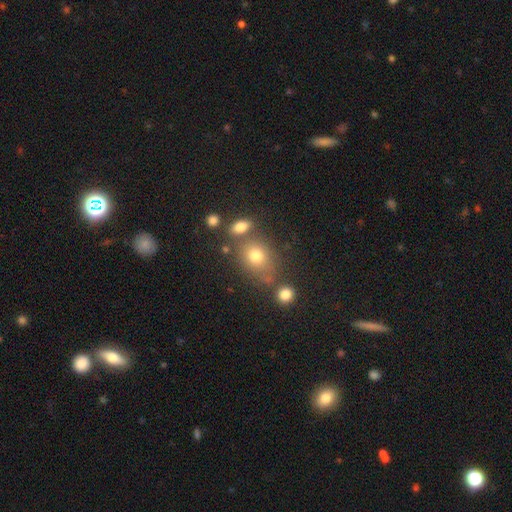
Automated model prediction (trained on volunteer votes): Smooth or featured?
  - smooth: 73% *
  - star or artifact: 15%
  - featured or disk: 12%
How rounded?
  - round: 52% *
  - in between: 47%
  - cigar-shaped: 2%
Merging?
  - none: 60% *
  - merger: 19%
  - minor disturbance: 15%
  - major disturbance: 6%